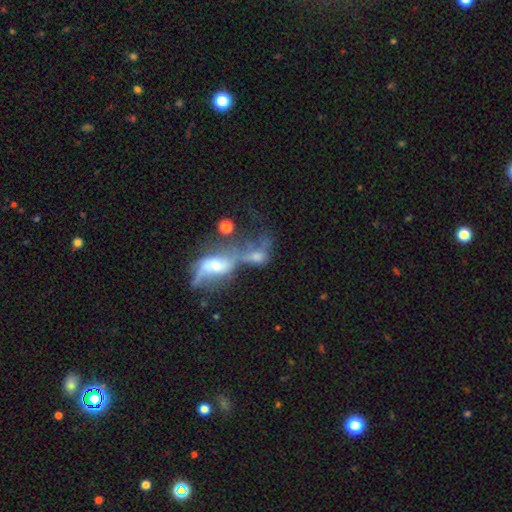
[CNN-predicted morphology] Overall: featured or disk (51%; smooth 34%). Edge-on disk: no (89%). Merging: merger (63%).